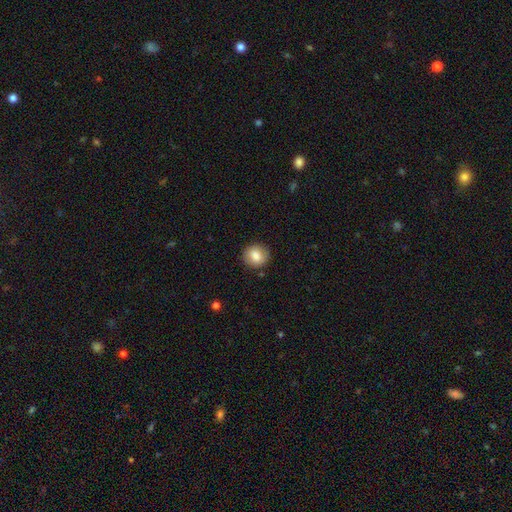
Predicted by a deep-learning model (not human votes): Q: Smooth or featured?
A: smooth (83%); runner-up: featured or disk (9%)
Q: How rounded?
A: round (83%); runner-up: in between (16%)
Q: Merging?
A: none (88%); runner-up: minor disturbance (9%)